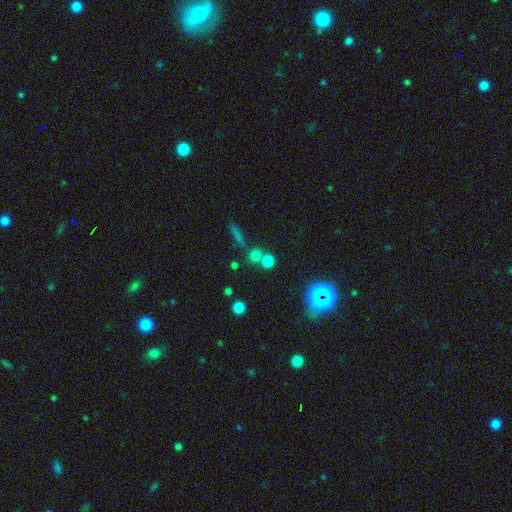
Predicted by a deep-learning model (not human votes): Smooth or featured? smooth (71%)
How rounded? round (87%)
Merging? none (59%)